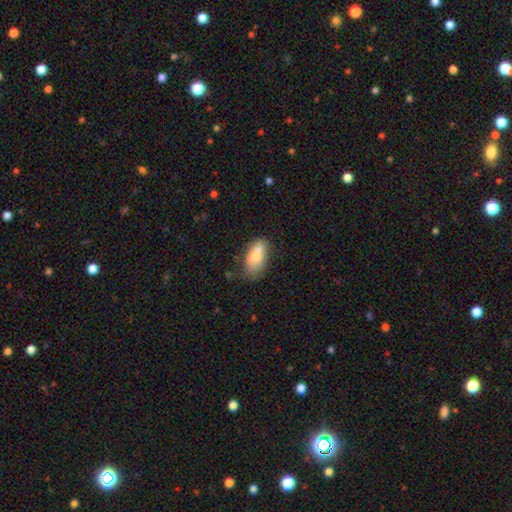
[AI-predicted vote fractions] Smooth or featured? Predicted: smooth (p=0.73). How rounded? Predicted: in between (p=0.91). Merging? Predicted: none (p=0.47).